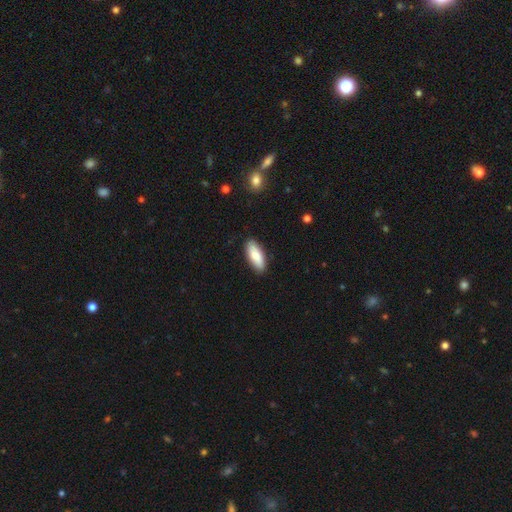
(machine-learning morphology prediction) This appears to be a smooth galaxy with no disk features (82%) that is in between round and cigar-shaped (77%). Merging: none (88%).